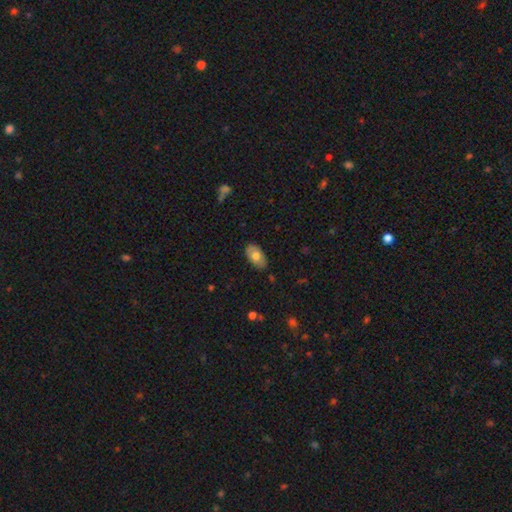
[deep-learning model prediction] smooth 73%, featured or disk 21%, star or artifact 7%. Down the decision tree: how rounded — in between (94%); merging — none (81%).